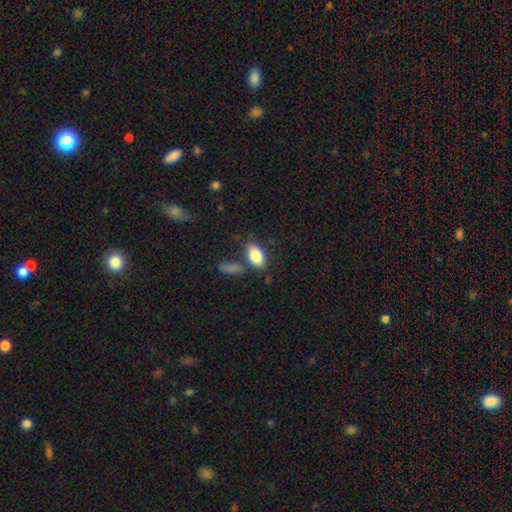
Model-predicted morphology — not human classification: The model was most divided on "merging": none: 70%, minor disturbance: 14%, merger: 11%, major disturbance: 5%. More confident: how rounded — in between (91%); smooth or featured — smooth (83%).